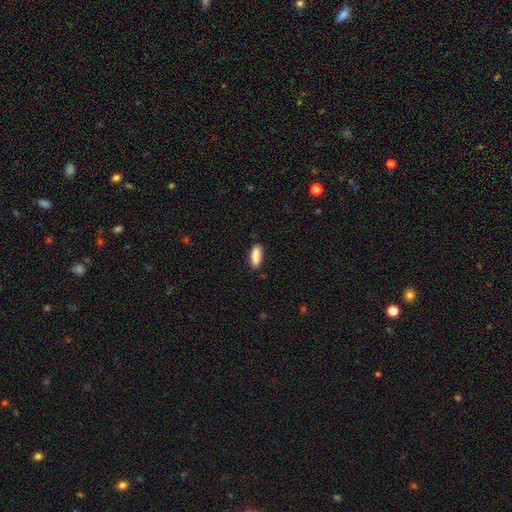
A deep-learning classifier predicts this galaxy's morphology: The model was most divided on "how rounded": in between: 67%, cigar-shaped: 32%, round: 2%. More confident: smooth or featured — smooth (89%); merging — none (83%).